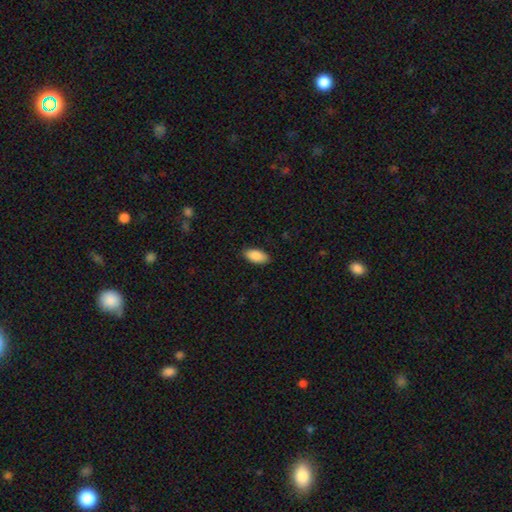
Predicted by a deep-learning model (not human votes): Q: Smooth or featured?
A: smooth (90%); runner-up: star or artifact (6%)
Q: How rounded?
A: in between (93%); runner-up: cigar-shaped (5%)
Q: Merging?
A: none (87%); runner-up: minor disturbance (10%)